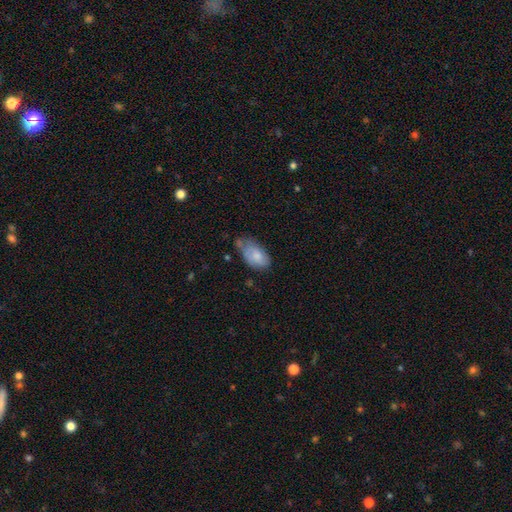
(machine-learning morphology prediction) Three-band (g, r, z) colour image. It shows a smooth galaxy with no disk features (74%) that is in between round and cigar-shaped (93%). Merging: minor disturbance (40%, tied with none).